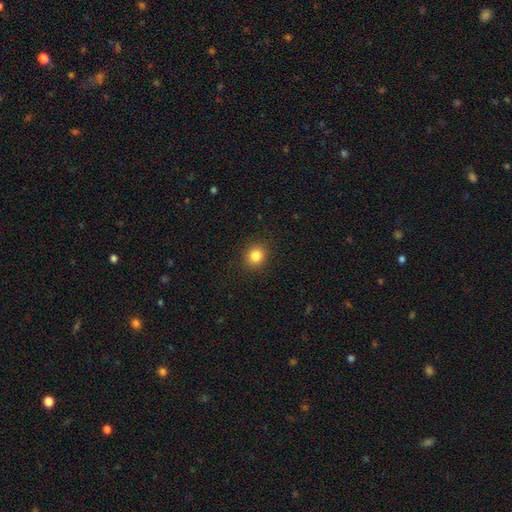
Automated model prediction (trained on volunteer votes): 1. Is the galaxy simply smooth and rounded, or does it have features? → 83% smooth, 11% star or artifact, 5% featured or disk.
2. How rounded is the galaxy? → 79% round, 20% in between, 1% cigar-shaped.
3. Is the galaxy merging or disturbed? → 90% none, 6% minor disturbance, 2% major disturbance, 1% merger.